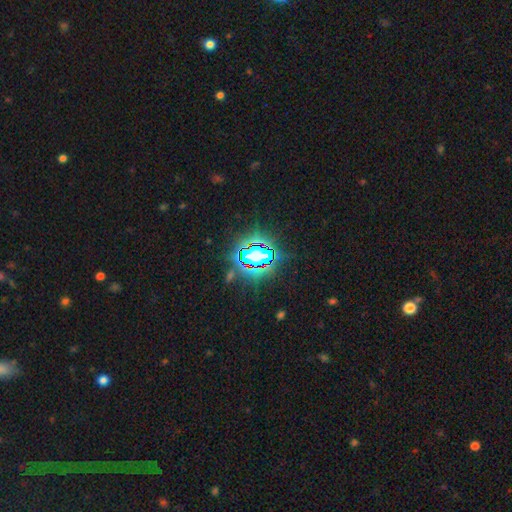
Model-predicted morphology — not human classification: The model was most divided on "smooth or featured": star or artifact: 77%, smooth: 14%, featured or disk: 9%.